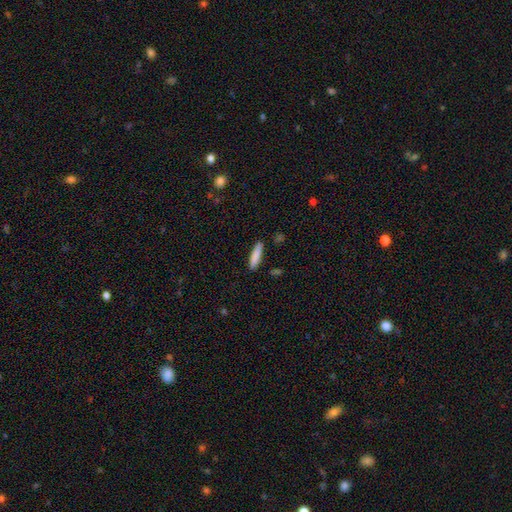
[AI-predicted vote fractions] This appears to be a smooth galaxy with no disk features (85%) that is cigar-shaped (82%). Merging: none (87%).